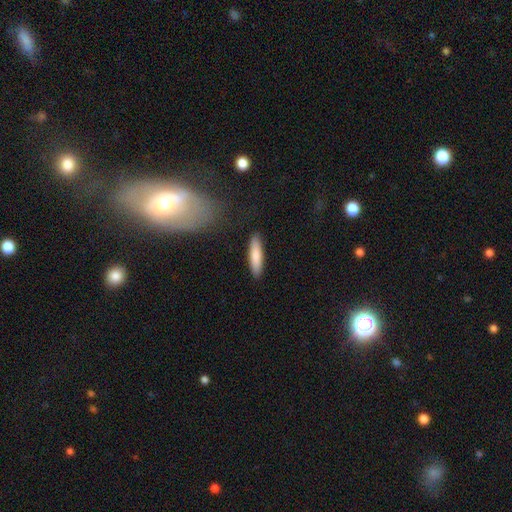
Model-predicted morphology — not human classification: Q: Smooth or featured?
A: smooth (82%); runner-up: featured or disk (13%)
Q: How rounded?
A: cigar-shaped (74%); runner-up: in between (25%)
Q: Merging?
A: none (90%); runner-up: minor disturbance (7%)